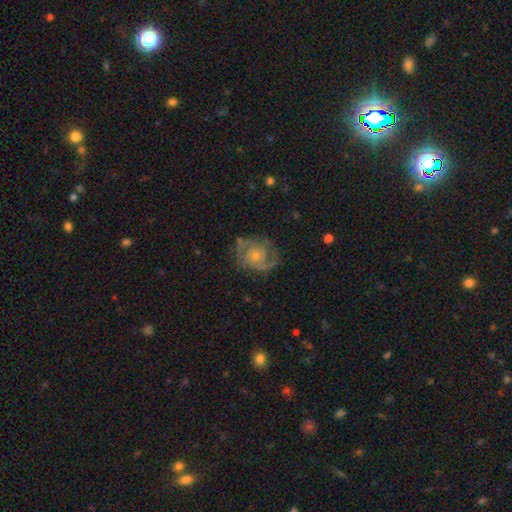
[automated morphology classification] smooth-or-featured: featured or disk: 83% | smooth: 10% | star or artifact: 7%
  disk-edge-on: no: 98% | yes: 2%
    bar: no: 74% | weak: 22% | strong: 4%
    has-spiral-arms: yes: 95% | no: 5%
      spiral-winding: tight: 46% | medium: 43% | loose: 11%
      spiral-arm-count: 2: 66% | can't tell: 13% | 3: 11% | 1: 4% | 4: 3% | more than 4: 3%
    bulge-size: small: 63% | moderate: 31% | none: 3% | large: 2% | dominant: 1%
  merging: none: 74% | minor disturbance: 17% | major disturbance: 7% | merger: 1%